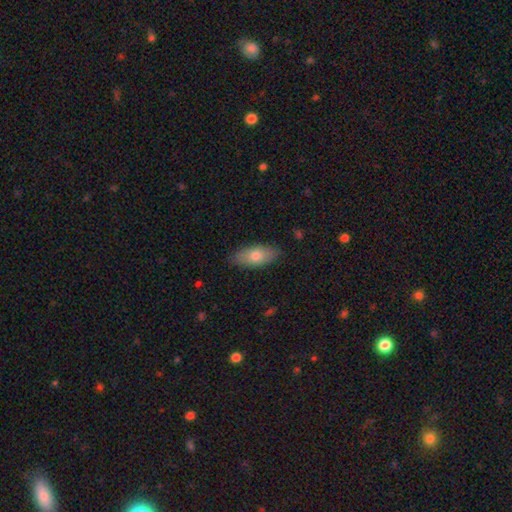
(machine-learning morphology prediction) type=smooth (73%); roundness=in between (84%); merging=none (85%).